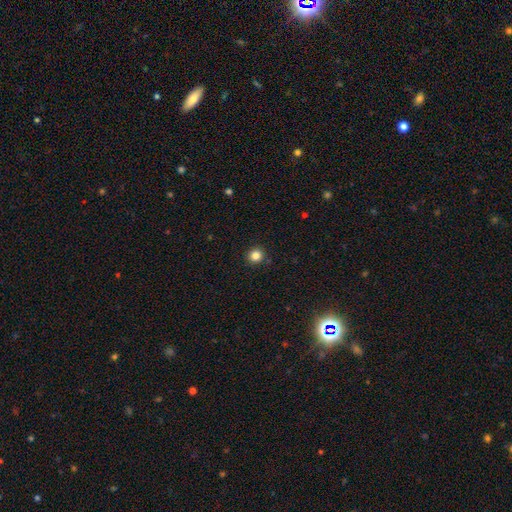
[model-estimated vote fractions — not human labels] Morphology: type=smooth (83%); roundness=round (93%); merging=none (92%).